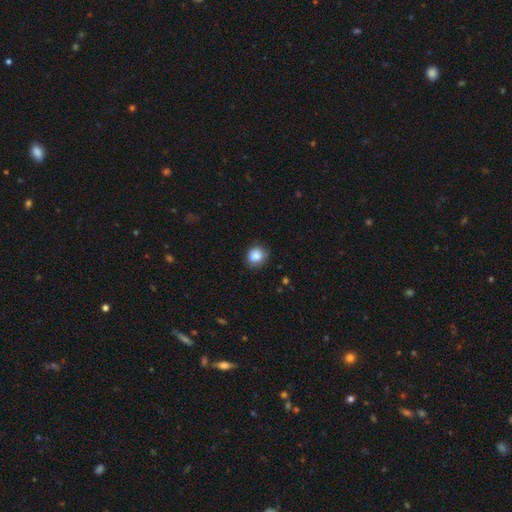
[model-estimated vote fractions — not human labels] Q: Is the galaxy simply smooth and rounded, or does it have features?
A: smooth — 85%.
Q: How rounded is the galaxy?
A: round — 78%.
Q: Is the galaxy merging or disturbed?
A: none — 77%.